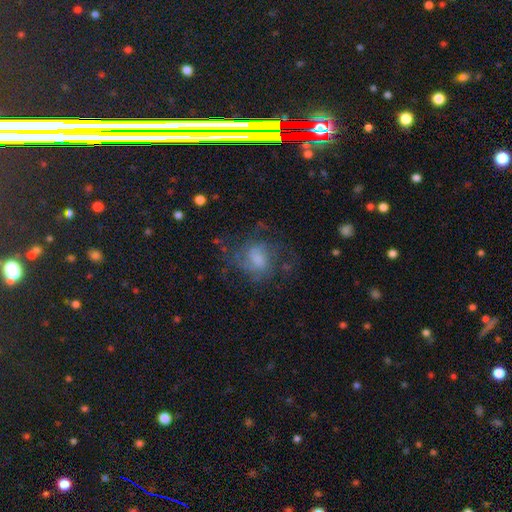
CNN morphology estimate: smooth-or-featured: featured or disk: 57% | smooth: 31% | star or artifact: 12%
  disk-edge-on: no: 97% | yes: 3%
    bar: no: 55% | weak: 38% | strong: 7%
    has-spiral-arms: yes: 80% | no: 20%
    bulge-size: moderate: 35% | small: 25% | none: 21% | large: 17% | dominant: 2%
  merging: none: 55% | major disturbance: 22% | minor disturbance: 20% | merger: 2%